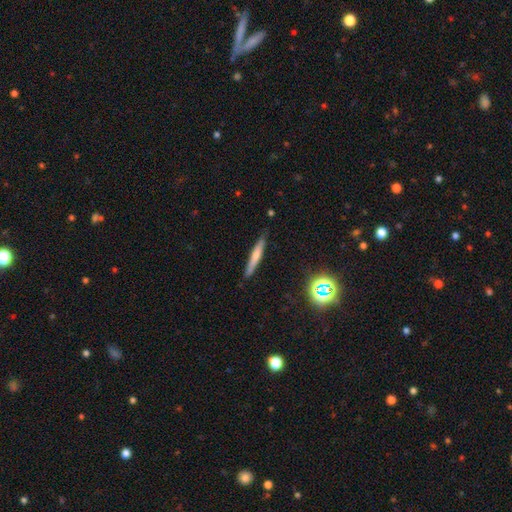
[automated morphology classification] This appears to be a smooth galaxy with no disk features (57%) that is cigar-shaped (94%). Merging: none (86%).